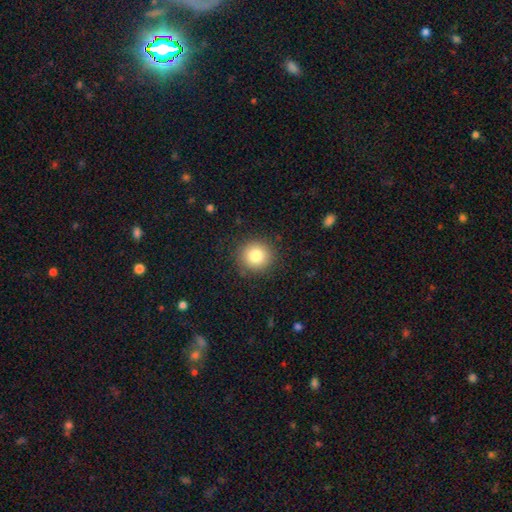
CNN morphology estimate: This appears to be a smooth galaxy with no disk features (82%) that is round (93%). Merging: none (89%).